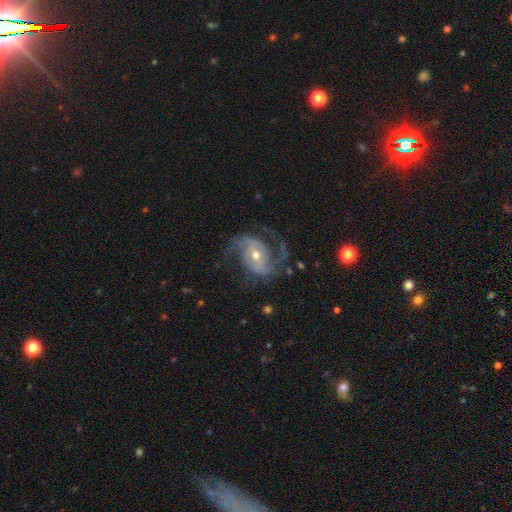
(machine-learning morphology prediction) smooth-or-featured: featured or disk: 89% | star or artifact: 6% | smooth: 5%
  disk-edge-on: no: 97% | yes: 3%
    bar: no: 41% | weak: 34% | strong: 25%
    has-spiral-arms: yes: 97% | no: 3%
      spiral-winding: medium: 53% | loose: 30% | tight: 18%
      spiral-arm-count: 2: 85% | 3: 6% | can't tell: 4% | 1: 2% | 4: 2% | more than 4: 2%
    bulge-size: small: 49% | moderate: 47% | large: 2% | none: 1% | dominant: 1%
  merging: none: 69% | minor disturbance: 15% | major disturbance: 14% | merger: 2%